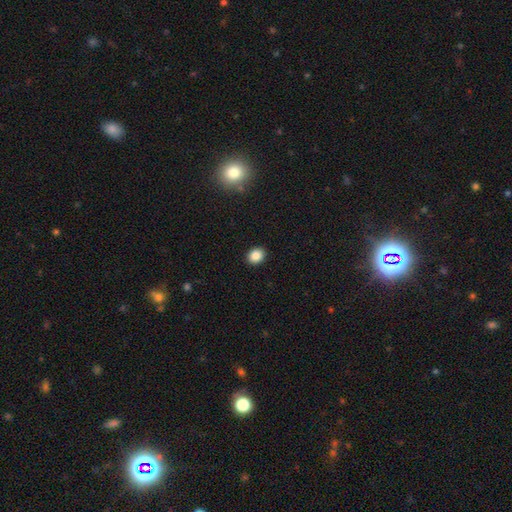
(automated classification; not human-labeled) This appears to be a smooth galaxy with no disk features (87%) that is round (56%). Merging: none (92%).